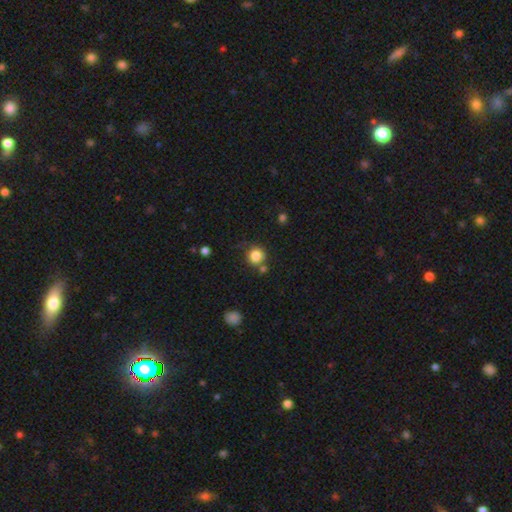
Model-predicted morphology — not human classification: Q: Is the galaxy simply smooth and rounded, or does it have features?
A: smooth — 84%.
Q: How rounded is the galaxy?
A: round — 92%.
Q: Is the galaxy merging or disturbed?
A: none — 74%.